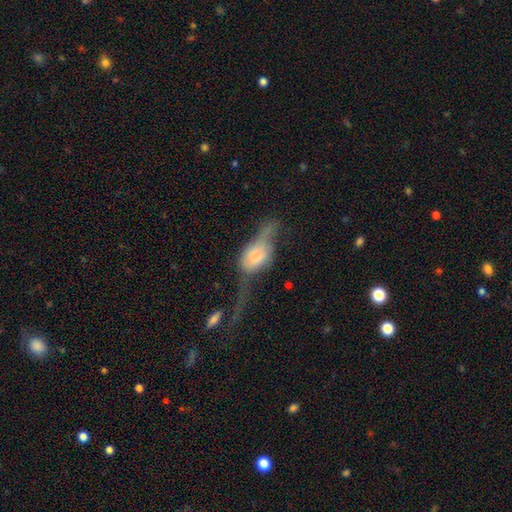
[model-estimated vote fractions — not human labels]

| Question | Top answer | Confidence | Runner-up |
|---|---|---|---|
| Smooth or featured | smooth | 51% | featured or disk (40%) |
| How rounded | in between | 81% | round (11%) |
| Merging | major disturbance | 54% | minor disturbance (18%) |